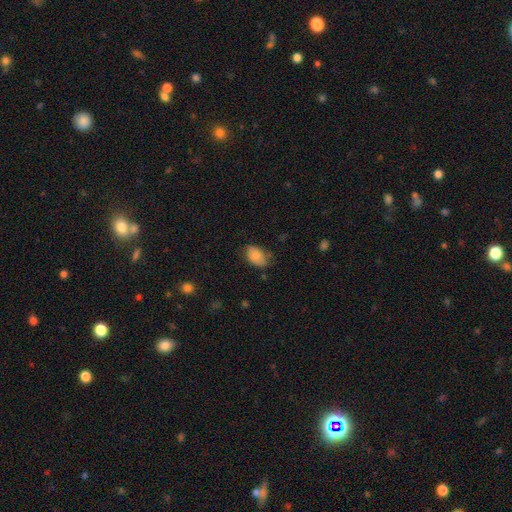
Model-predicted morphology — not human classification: Q: Smooth or featured?
A: smooth (81%); runner-up: featured or disk (12%)
Q: How rounded?
A: in between (89%); runner-up: round (9%)
Q: Merging?
A: none (67%); runner-up: minor disturbance (26%)